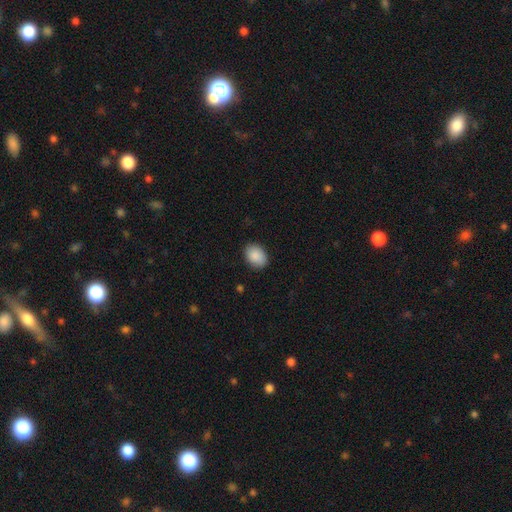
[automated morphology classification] The model was most divided on "how rounded": in between: 76%, round: 23%, cigar-shaped: 1%. More confident: smooth or featured — smooth (90%); merging — none (87%).